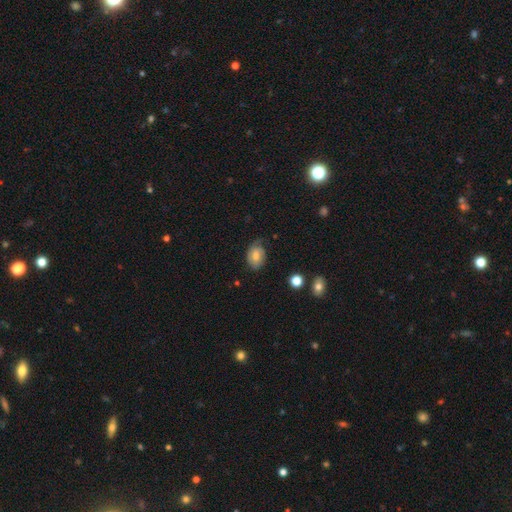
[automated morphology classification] Smooth or featured? smooth (68%)
How rounded? in between (80%)
Merging? none (59%)